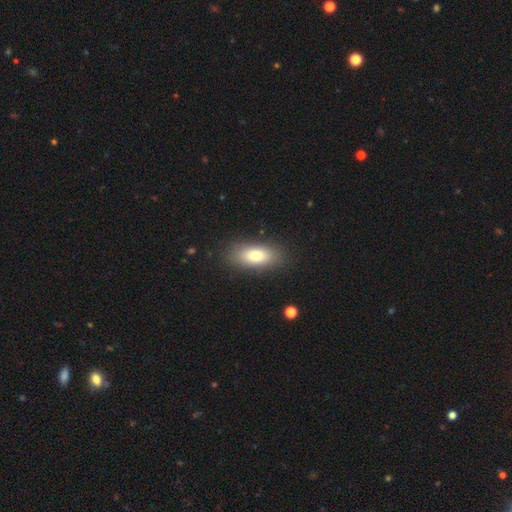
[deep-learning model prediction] smooth 76%, featured or disk 16%, star or artifact 8%. Down the decision tree: how rounded — in between (84%); merging — none (85%).